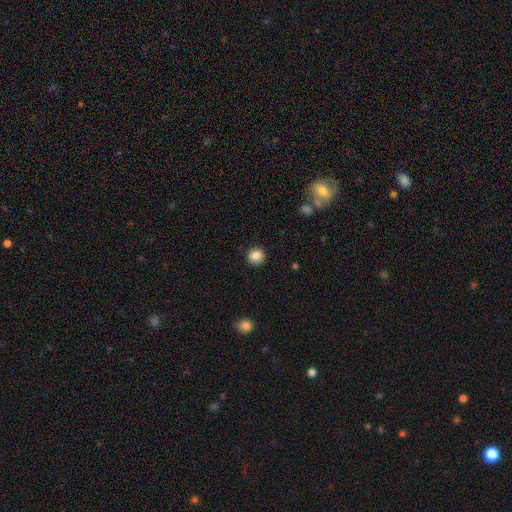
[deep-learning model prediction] The model was most divided on "how rounded": round: 88%, in between: 11%, cigar-shaped: 1%. More confident: merging — none (89%); smooth or featured — smooth (87%).